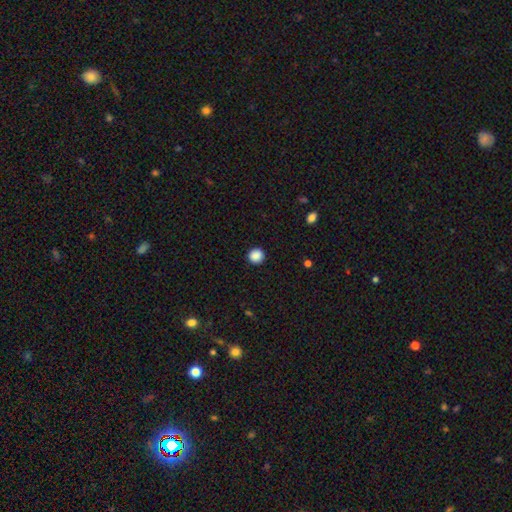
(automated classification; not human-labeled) Smooth or featured?
  - smooth: 88% *
  - star or artifact: 9%
  - featured or disk: 3%
How rounded?
  - round: 95% *
  - in between: 4%
  - cigar-shaped: 1%
Merging?
  - none: 92% *
  - minor disturbance: 5%
  - major disturbance: 2%
  - merger: 1%